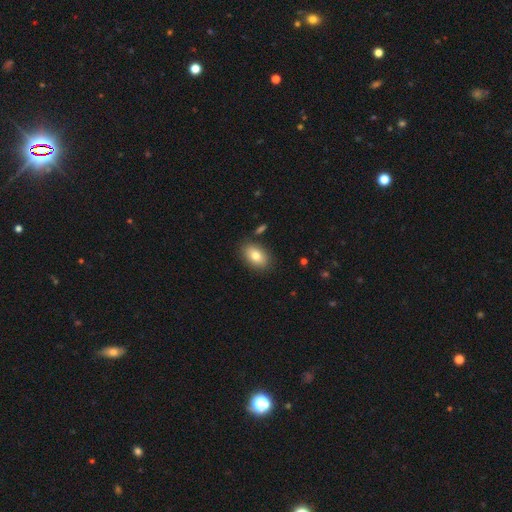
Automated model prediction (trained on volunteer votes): Morphology: type=smooth (79%); roundness=in between (89%); merging=none (85%).